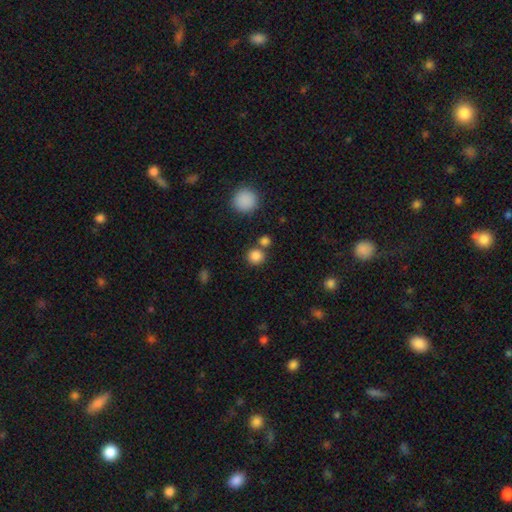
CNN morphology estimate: This is clearly a smooth galaxy (83%). How rounded: clearly round (89%). Merging: likely none (71%).